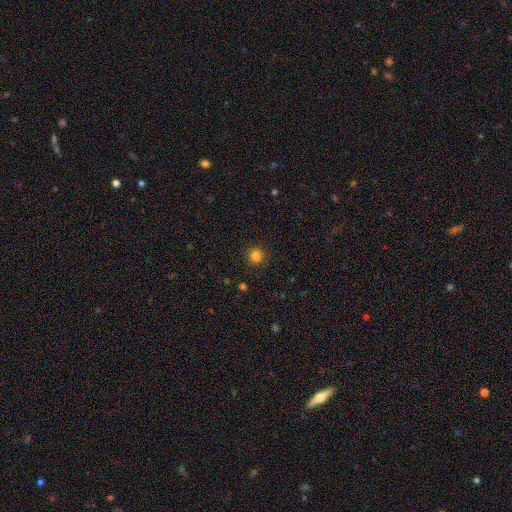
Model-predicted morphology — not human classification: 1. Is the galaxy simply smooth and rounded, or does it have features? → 82% smooth, 13% star or artifact, 4% featured or disk.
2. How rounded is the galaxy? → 95% round, 4% in between, 1% cigar-shaped.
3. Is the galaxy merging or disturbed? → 92% none, 5% minor disturbance, 2% major disturbance, 1% merger.